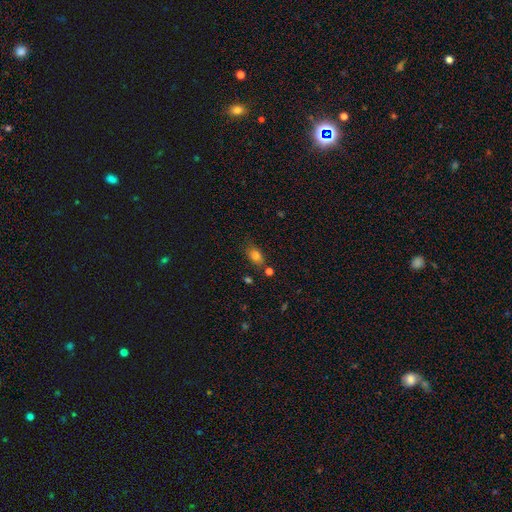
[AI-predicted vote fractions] Smooth or featured? Predicted: smooth (p=0.80). How rounded? Predicted: in between (p=0.80). Merging? Predicted: none (p=0.70).